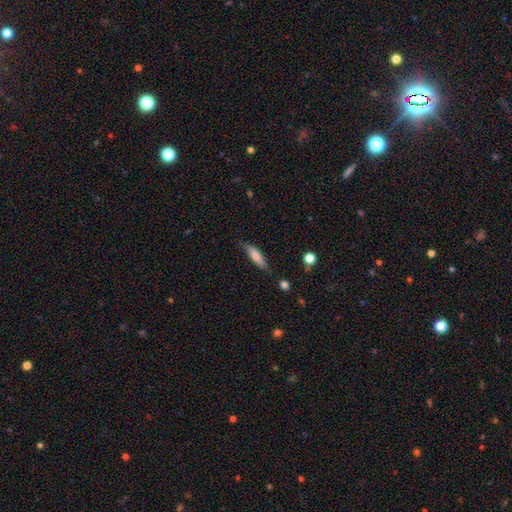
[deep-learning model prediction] smooth_or_featured: smooth (p=0.73) [alt: featured or disk p=0.20]
how_rounded: cigar-shaped (p=0.74) [alt: in between p=0.24]
merging: none (p=0.75) [alt: minor disturbance p=0.19]